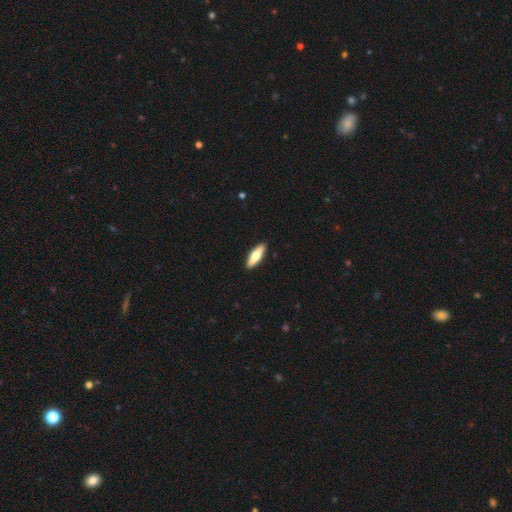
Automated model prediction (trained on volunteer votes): The model was most divided on "how rounded": cigar-shaped: 52%, in between: 45%, round: 2%. More confident: merging — none (91%); smooth or featured — smooth (61%).